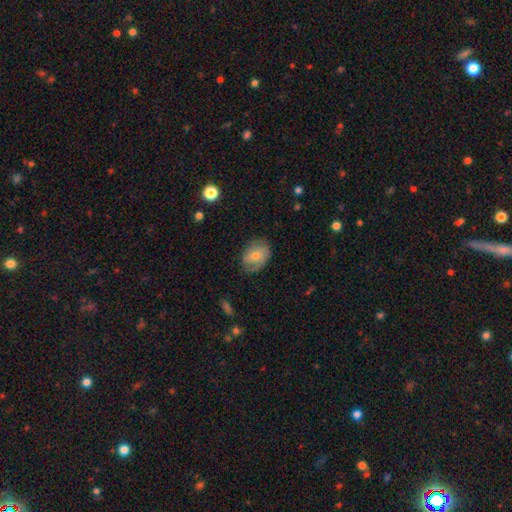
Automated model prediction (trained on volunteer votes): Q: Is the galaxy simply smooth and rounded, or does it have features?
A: smooth — 64%.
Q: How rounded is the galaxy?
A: in between — 69%.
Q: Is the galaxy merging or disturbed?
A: none — 70%.